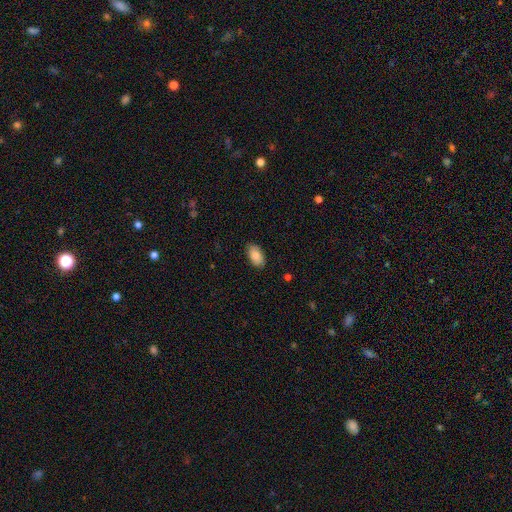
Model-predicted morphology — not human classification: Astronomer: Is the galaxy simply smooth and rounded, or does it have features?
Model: smooth — 88%.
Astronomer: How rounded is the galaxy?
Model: in between — 94%.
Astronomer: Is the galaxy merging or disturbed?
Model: none — 87%.